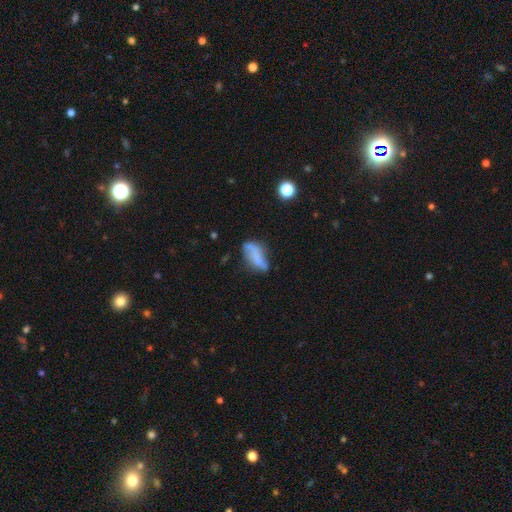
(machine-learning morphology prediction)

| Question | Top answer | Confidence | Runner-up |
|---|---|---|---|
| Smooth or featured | smooth | 53% | featured or disk (37%) |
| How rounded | in between | 68% | cigar-shaped (28%) |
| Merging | none | 42% | minor disturbance (31%) |